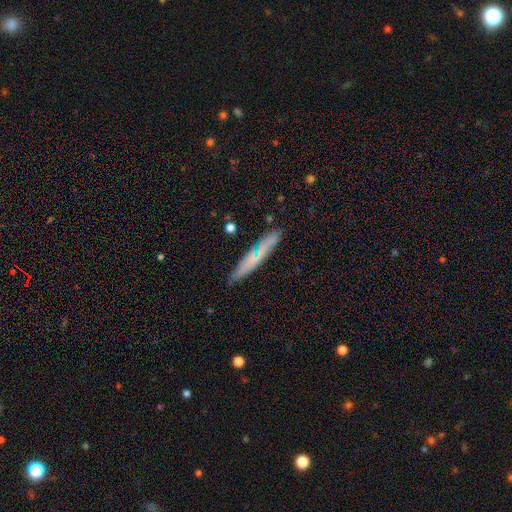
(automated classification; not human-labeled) This is possibly a smooth galaxy (59%). How rounded: clearly cigar-shaped (93%). Merging: clearly none (82%).